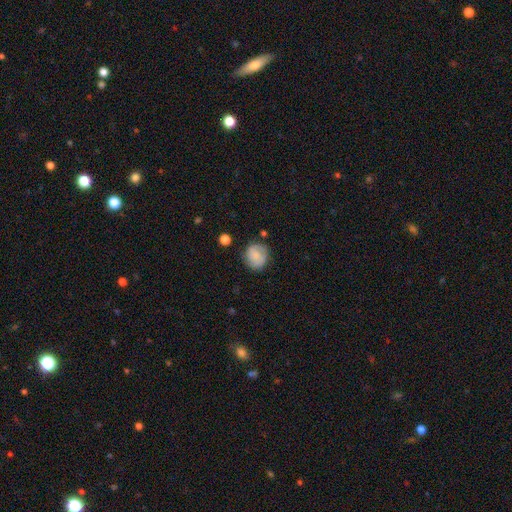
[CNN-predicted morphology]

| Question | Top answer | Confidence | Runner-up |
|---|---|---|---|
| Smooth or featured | smooth | 67% | featured or disk (25%) |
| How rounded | round | 82% | in between (17%) |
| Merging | none | 75% | minor disturbance (17%) |